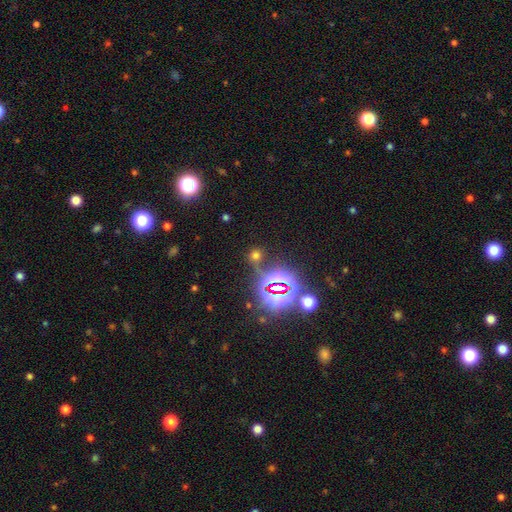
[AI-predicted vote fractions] This appears to be a smooth galaxy with no disk features (47%). Merging: none (69%).